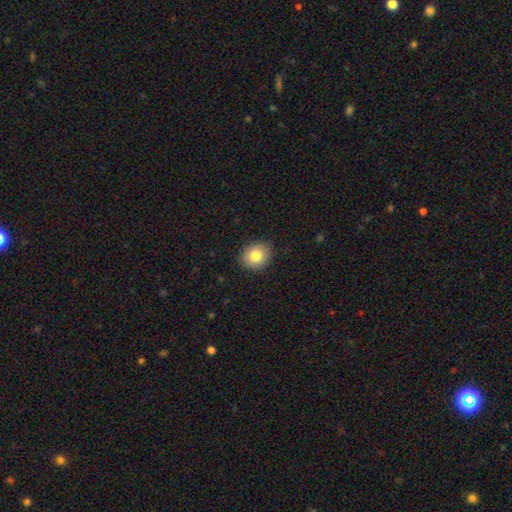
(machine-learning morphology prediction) smooth_or_featured: smooth (p=0.83) [alt: star or artifact p=0.09]
how_rounded: round (p=0.63) [alt: in between p=0.36]
merging: none (p=0.89) [alt: minor disturbance p=0.09]